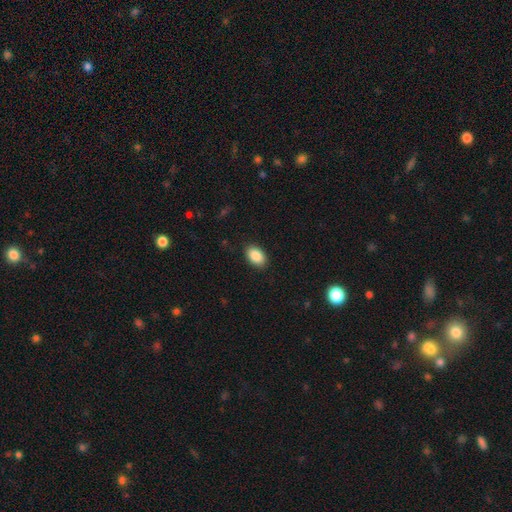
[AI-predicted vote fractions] A smooth galaxy with no disk features (89%) that is in between round and cigar-shaped (90%). Merging: none (89%).